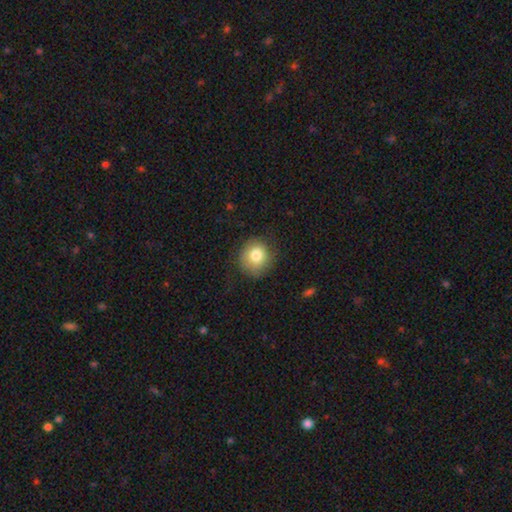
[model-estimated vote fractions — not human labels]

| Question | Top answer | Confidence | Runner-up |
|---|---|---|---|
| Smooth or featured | smooth | 80% | featured or disk (11%) |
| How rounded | round | 87% | in between (12%) |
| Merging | none | 79% | minor disturbance (15%) |